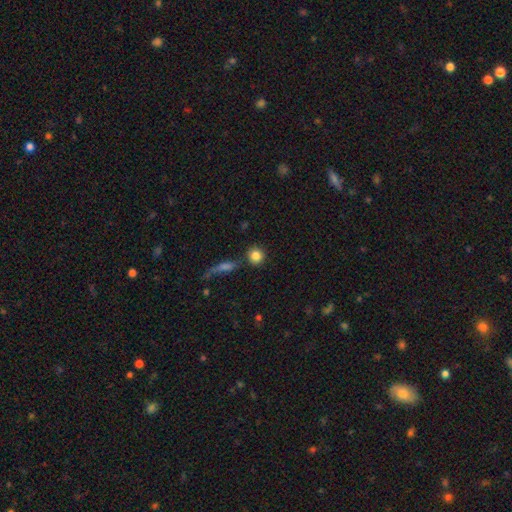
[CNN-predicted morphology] Q: Smooth or featured?
A: smooth (84%); runner-up: star or artifact (10%)
Q: How rounded?
A: round (90%); runner-up: in between (8%)
Q: Merging?
A: none (75%); runner-up: merger (12%)